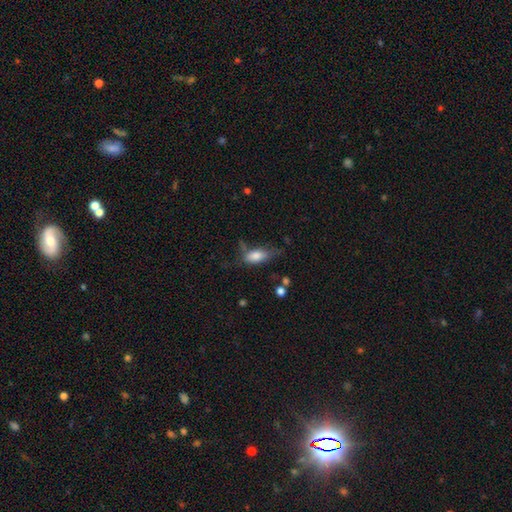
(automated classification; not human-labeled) smooth 77%, featured or disk 15%, star or artifact 8%. Down the decision tree: how rounded — in between (82%); merging — none (43%).